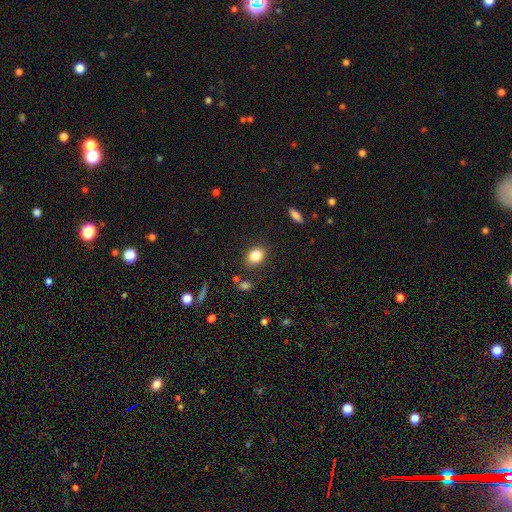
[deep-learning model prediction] smooth 83%, star or artifact 10%, featured or disk 6%. Down the decision tree: how rounded — in between (55%); merging — none (83%).